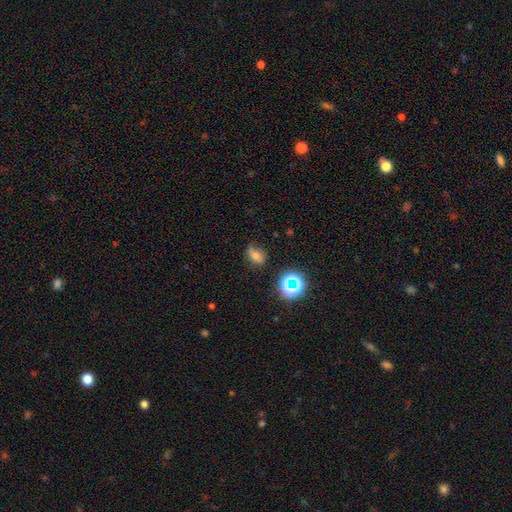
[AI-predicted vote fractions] Q: Smooth or featured?
A: smooth (62%); runner-up: star or artifact (21%)
Q: How rounded?
A: in between (65%); runner-up: round (32%)
Q: Merging?
A: none (62%); runner-up: minor disturbance (27%)